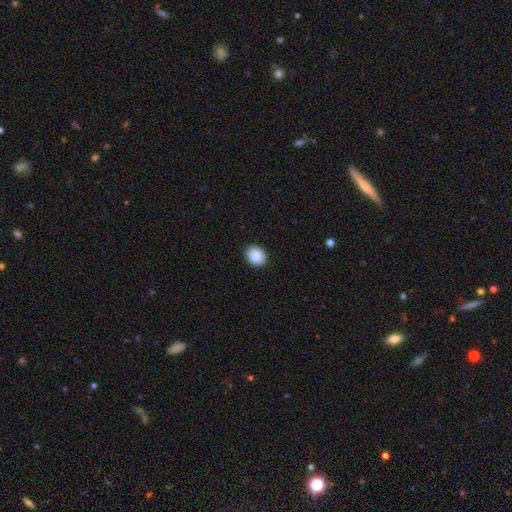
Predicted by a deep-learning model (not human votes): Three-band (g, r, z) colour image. It shows a smooth galaxy with no disk features (88%) that is round (56%). Merging: none (90%).